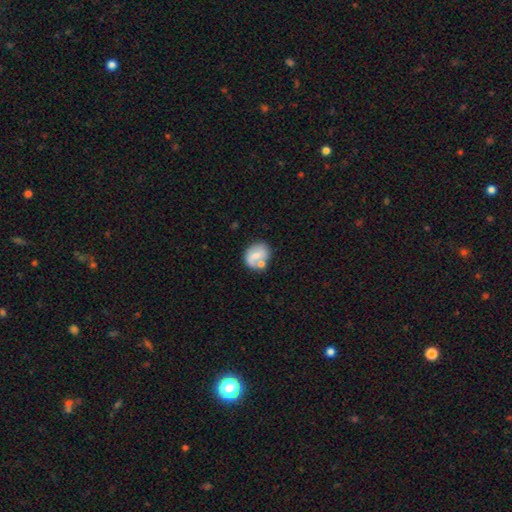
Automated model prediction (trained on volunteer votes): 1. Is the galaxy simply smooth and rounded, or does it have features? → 58% smooth, 34% featured or disk, 8% star or artifact.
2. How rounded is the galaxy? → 49% in between (tied), 49% round (tied), 1% cigar-shaped.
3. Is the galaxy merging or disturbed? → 49% none, 23% merger, 20% minor disturbance, 8% major disturbance.